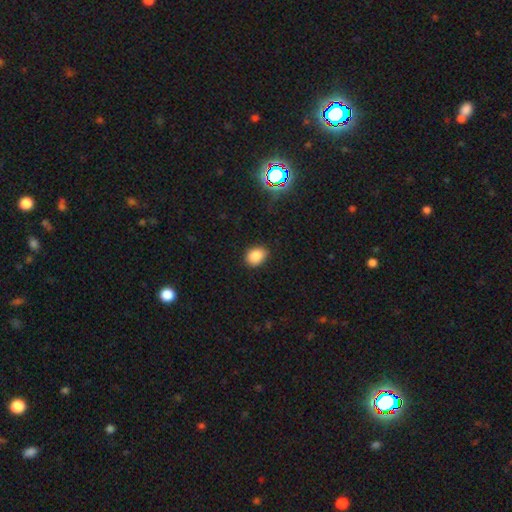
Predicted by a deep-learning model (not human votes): Morphology: type=smooth (85%); roundness=in between (65%); merging=none (85%).